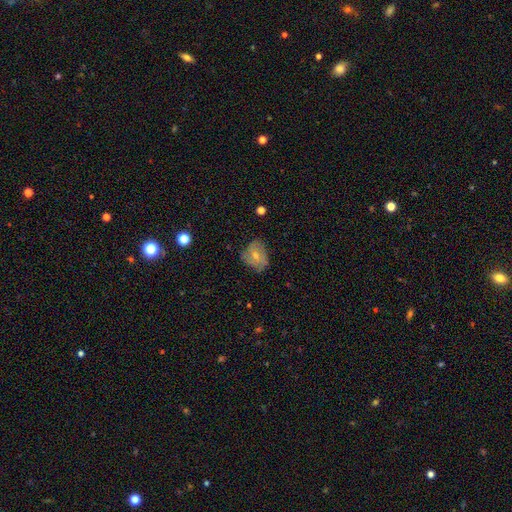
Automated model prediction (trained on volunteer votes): Smooth or featured?
  - featured or disk: 51% *
  - smooth: 35%
  - star or artifact: 14%
Edge-on disk?
  - no: 96% *
  - yes: 4%
Merging?
  - none: 68% *
  - minor disturbance: 23%
  - major disturbance: 8%
  - merger: 1%